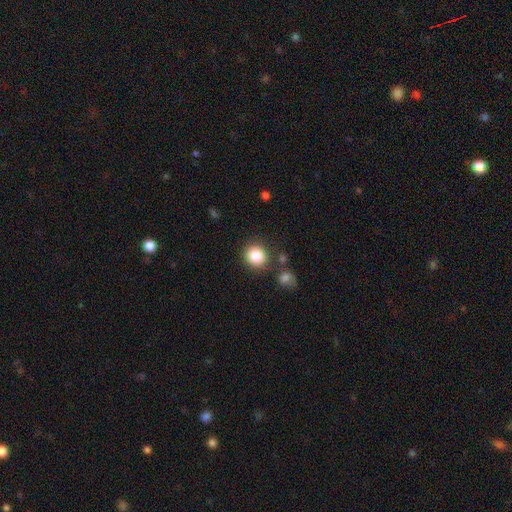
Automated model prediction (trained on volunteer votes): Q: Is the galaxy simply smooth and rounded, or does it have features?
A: smooth — 83%.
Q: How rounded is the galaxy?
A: round — 88%.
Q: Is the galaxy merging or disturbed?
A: none — 79%.